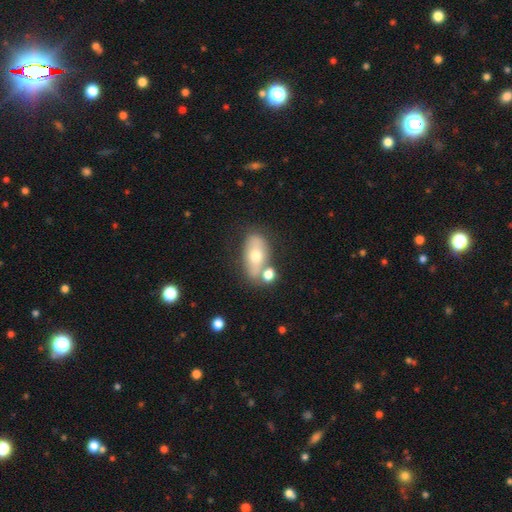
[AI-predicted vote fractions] This is possibly a smooth galaxy (52%). How rounded: clearly in between (84%). Merging: possibly none (58%).